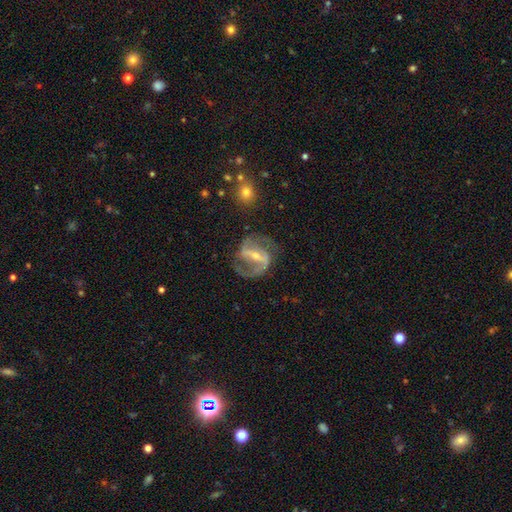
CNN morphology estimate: smooth-or-featured: featured or disk: 89% | star or artifact: 6% | smooth: 5%
  disk-edge-on: no: 97% | yes: 3%
    bar: strong: 65% | weak: 27% | no: 9%
    has-spiral-arms: yes: 96% | no: 4%
      spiral-winding: medium: 54% | loose: 24% | tight: 22%
      spiral-arm-count: 2: 88% | 1: 4% | can't tell: 4% | 3: 2% | 4: 1% | more than 4: 1%
    bulge-size: small: 60% | moderate: 35% | none: 3% | large: 2% | dominant: 1%
  merging: none: 73% | minor disturbance: 15% | major disturbance: 10% | merger: 2%